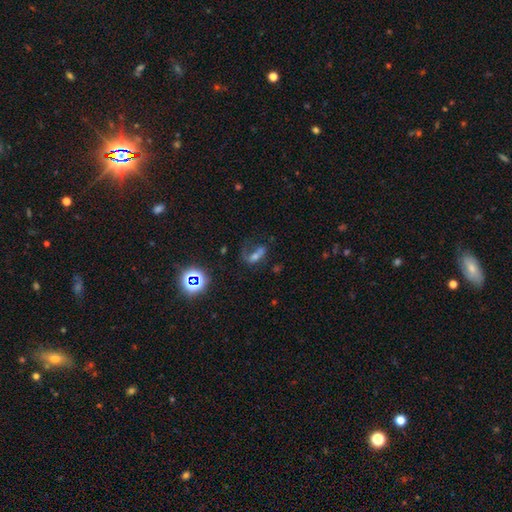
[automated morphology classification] smooth_or_featured: smooth (p=0.41) [alt: featured or disk p=0.37]
merging: major disturbance (p=0.35) [alt: none p=0.31]